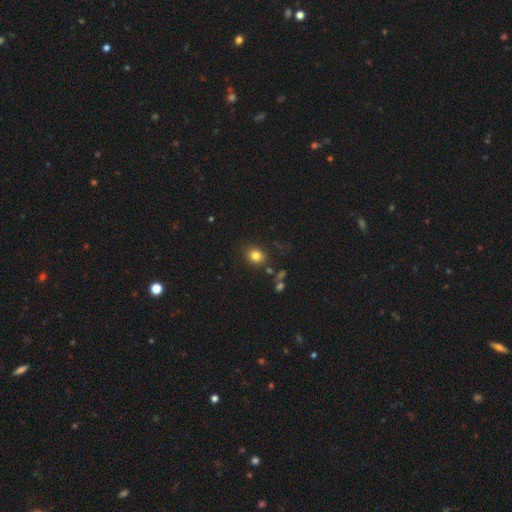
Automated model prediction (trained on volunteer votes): Smooth or featured: smooth — 81% (star or artifact — 12%)
How rounded: round — 60% (in between — 39%)
Merging: none — 81% (minor disturbance — 11%)